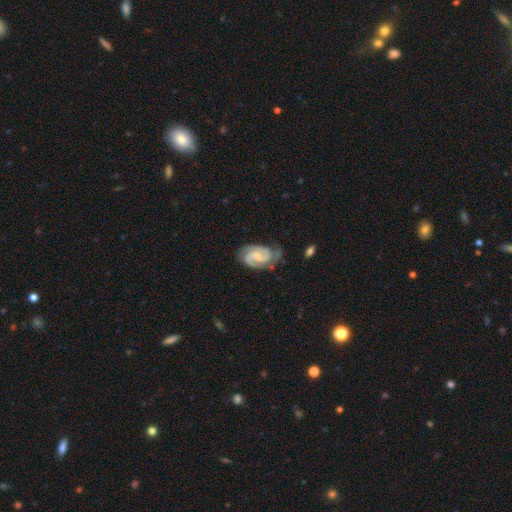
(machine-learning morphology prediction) A featured or disk galaxy (87%) with a weak bar (50%), 2 (86%) tight (46%) spiral arms (98%) and a small central bulge (42%).

Vote fractions:
- Smooth or featured? featured or disk: 87% / smooth: 9% / star or artifact: 5%
- Edge-on disk? no: 98% / yes: 2%
- Bar? weak: 50% / no: 36% / strong: 14%
- Spiral arms? yes: 98% / no: 2%
- Spiral winding? tight: 46% / medium: 45% / loose: 9%
- Spiral arm count? 2: 86% / 3: 6% / can't tell: 4% / 1: 2% / 4: 1% / more than 4: 1%
- Bulge size? small: 42% / none: 33% / moderate: 21% / large: 3% / dominant: 1%
- Merging? none: 68% / minor disturbance: 23% / major disturbance: 7% / merger: 2%